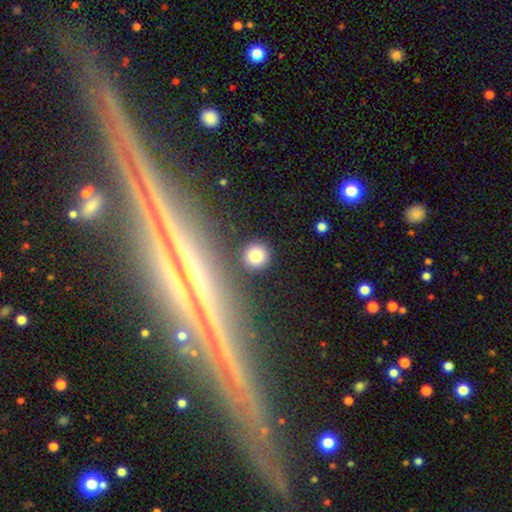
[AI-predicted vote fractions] A smooth galaxy with no disk features (80%) that is round (91%). Merging: none (84%).